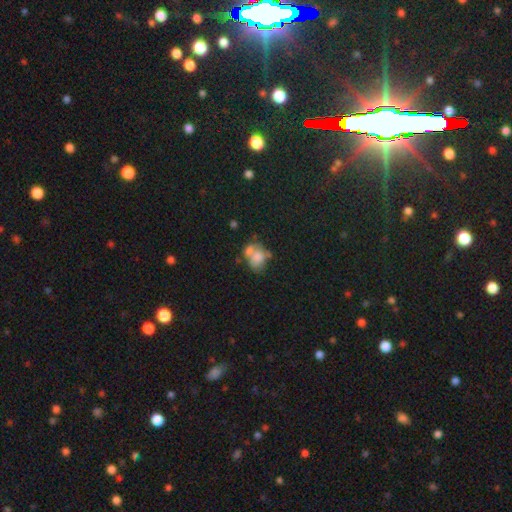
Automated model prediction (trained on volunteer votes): Overall: smooth (68%). How rounded: in between (60%; round 39%). Merging: merger (50%; none 25%).